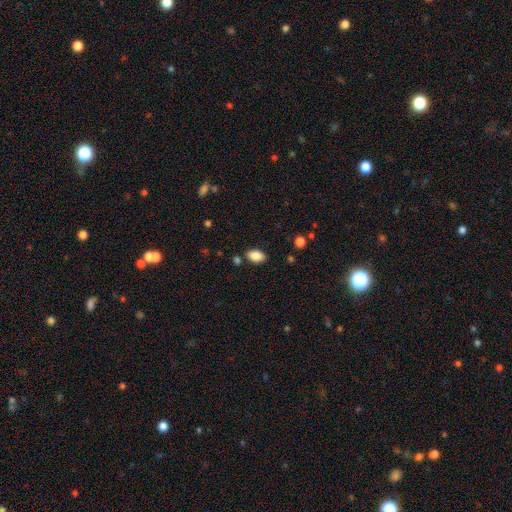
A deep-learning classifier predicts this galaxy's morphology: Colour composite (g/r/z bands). It shows a smooth galaxy with no disk features (87%) that is in between round and cigar-shaped (92%). Merging: none (82%).